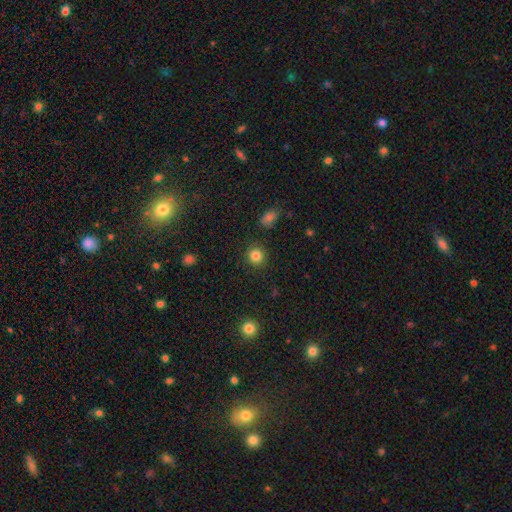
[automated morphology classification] A smooth galaxy with no disk features (84%) that is round (91%). Merging: none (90%).